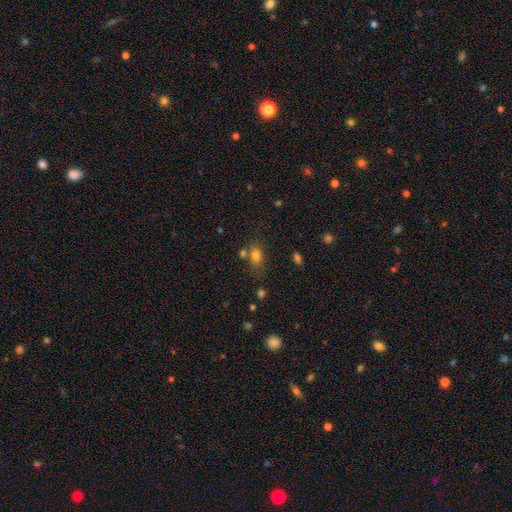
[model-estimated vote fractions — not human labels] Overall: smooth (76%). How rounded: in between (74%). Merging: none (60%).